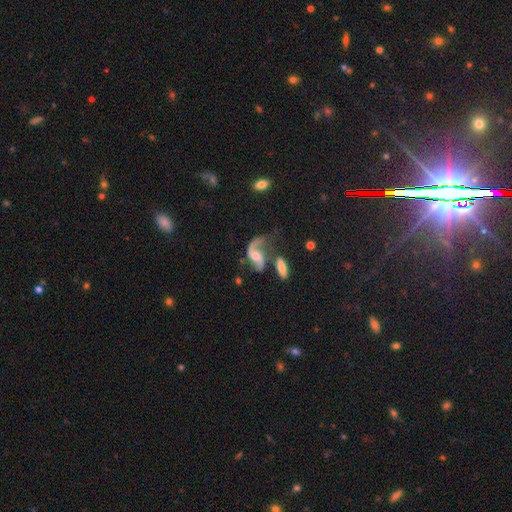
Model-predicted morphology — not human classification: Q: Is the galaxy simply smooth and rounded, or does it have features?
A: featured or disk — 84%.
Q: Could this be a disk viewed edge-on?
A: no — 96%.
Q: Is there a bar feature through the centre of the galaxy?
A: no — 52%.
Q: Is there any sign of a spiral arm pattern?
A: yes — 94%.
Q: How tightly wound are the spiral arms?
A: loose — 71%.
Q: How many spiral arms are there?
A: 2 — 84%.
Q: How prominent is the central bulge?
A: moderate — 53%.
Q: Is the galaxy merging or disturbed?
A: none — 40%.